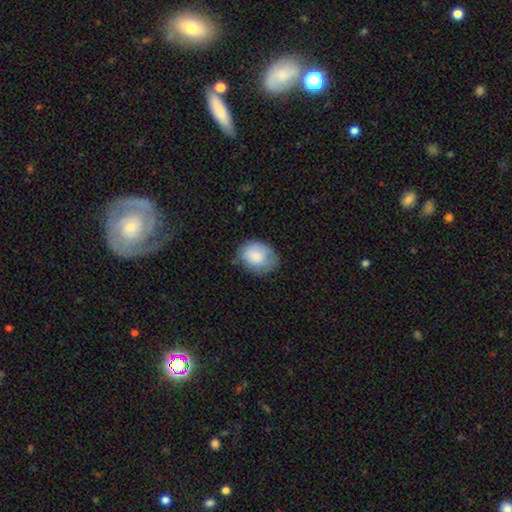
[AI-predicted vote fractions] Smooth or featured? Predicted: smooth (p=0.81). How rounded? Predicted: in between (p=0.59). Merging? Predicted: none (p=0.56).